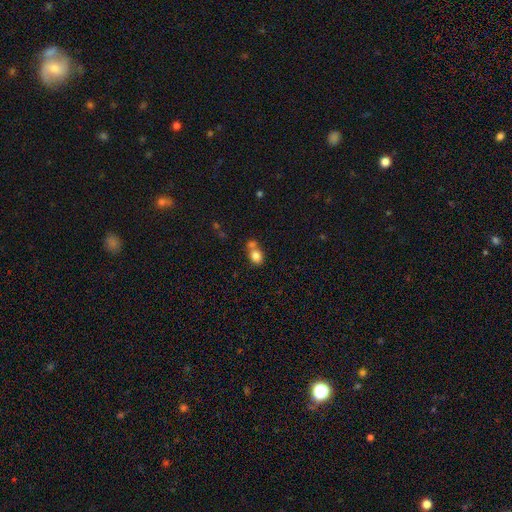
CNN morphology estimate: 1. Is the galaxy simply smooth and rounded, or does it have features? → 81% smooth, 10% star or artifact, 8% featured or disk.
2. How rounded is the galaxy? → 55% round, 43% in between, 1% cigar-shaped.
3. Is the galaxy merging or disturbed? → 46% merger, 39% none, 10% minor disturbance, 5% major disturbance.